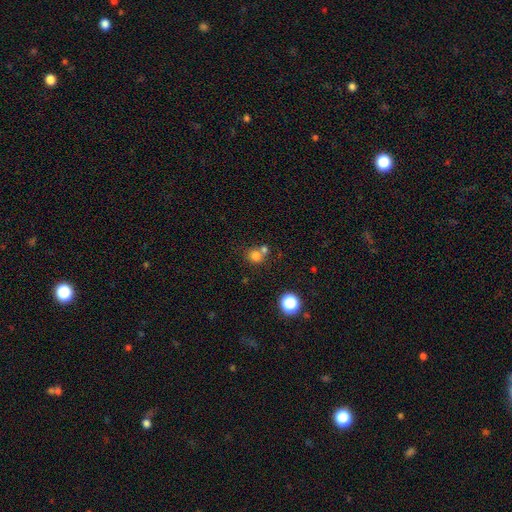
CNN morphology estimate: Smooth or featured? smooth (76%)
How rounded? round (81%)
Merging? none (49%)